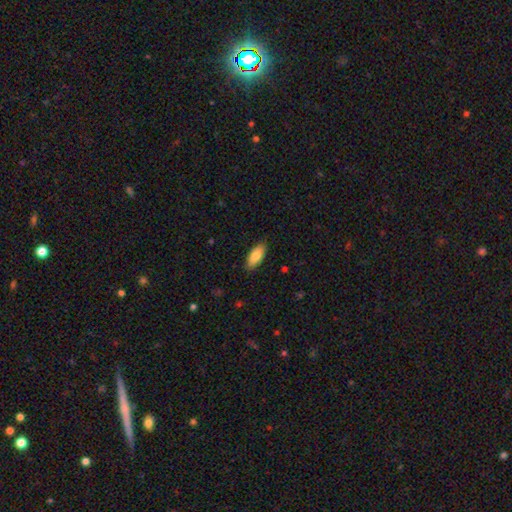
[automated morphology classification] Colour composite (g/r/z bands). It shows a smooth galaxy with no disk features (82%) that is in between round and cigar-shaped (84%). Merging: none (87%).